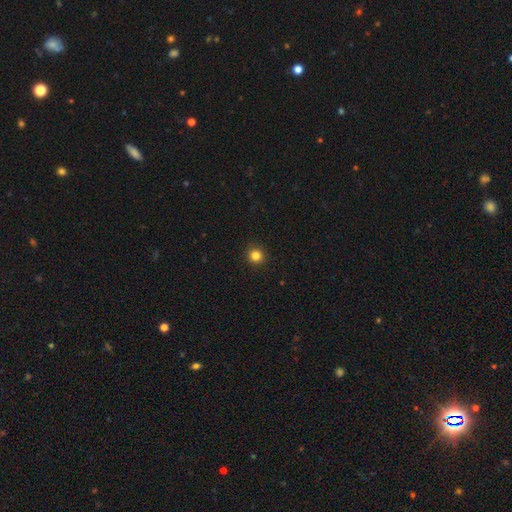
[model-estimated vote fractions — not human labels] A smooth galaxy with no disk features (83%) that is round (94%). Merging: none (93%).